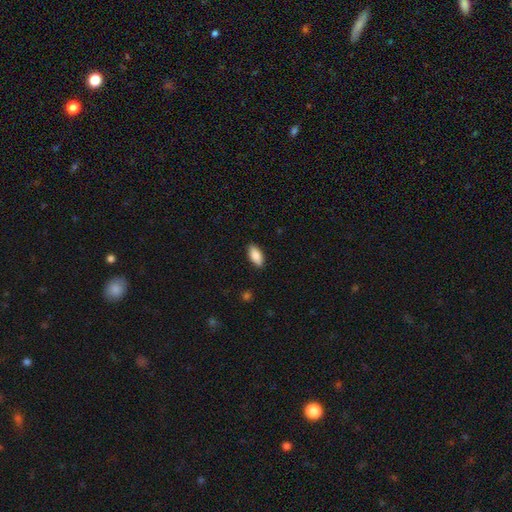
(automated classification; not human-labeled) Smooth or featured?
  - smooth: 86% *
  - featured or disk: 7%
  - star or artifact: 6%
How rounded?
  - in between: 90% *
  - cigar-shaped: 8%
  - round: 2%
Merging?
  - none: 88% *
  - minor disturbance: 9%
  - major disturbance: 2%
  - merger: 1%